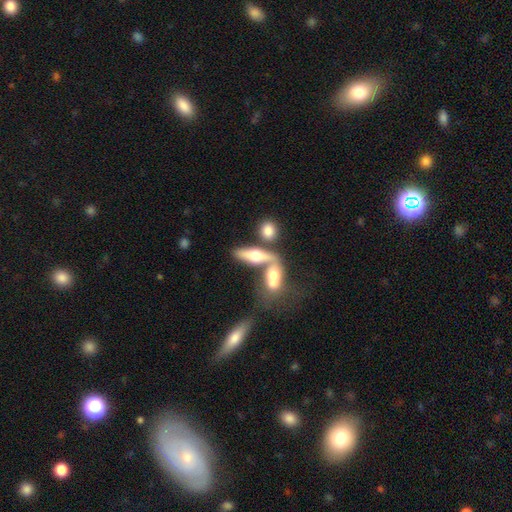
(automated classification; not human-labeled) Smooth or featured? smooth (51%)
How rounded? in between (57%)
Merging? merger (55%)